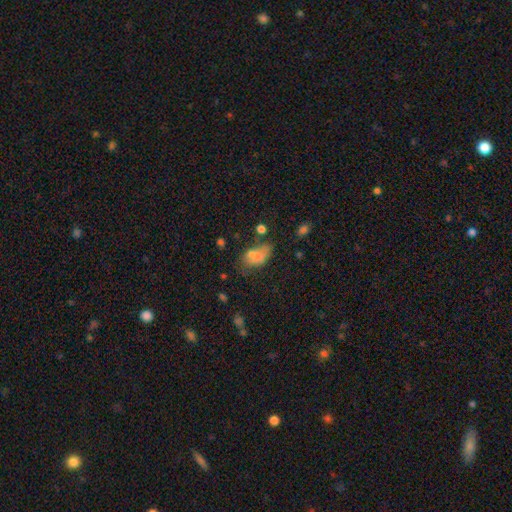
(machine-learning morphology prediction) Smooth or featured? Predicted: smooth (p=0.68). How rounded? Predicted: in between (p=0.88). Merging? Predicted: none (p=0.33).